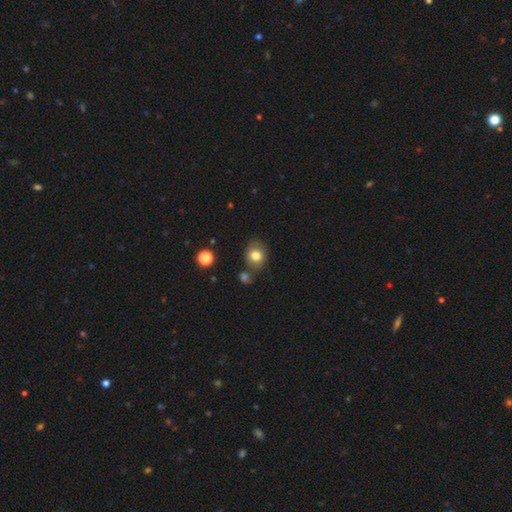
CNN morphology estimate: This is likely a smooth galaxy (79%). How rounded: possibly round (58%). Merging: likely none (69%).